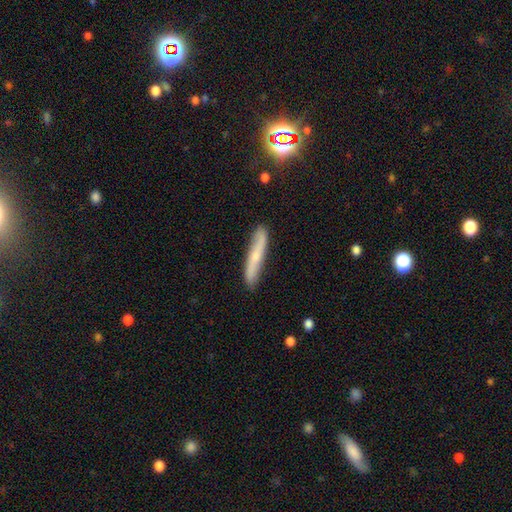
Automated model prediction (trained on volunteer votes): Smooth or featured? Predicted: featured or disk (p=0.48). Merging? Predicted: none (p=0.84).